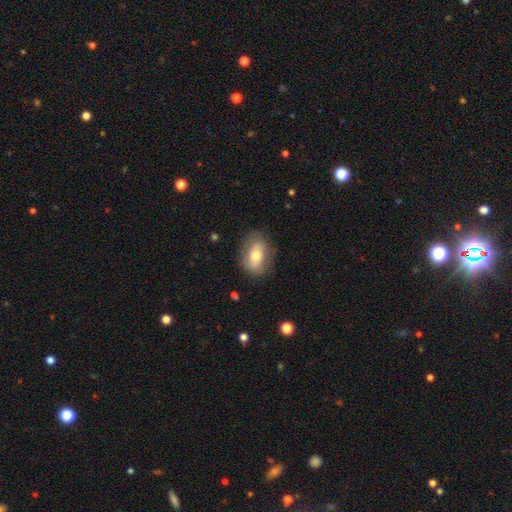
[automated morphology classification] Smooth or featured? Predicted: smooth (p=0.63). How rounded? Predicted: in between (p=0.80). Merging? Predicted: none (p=0.77).